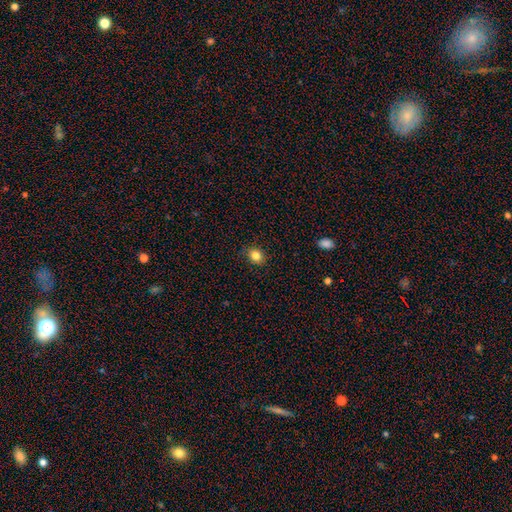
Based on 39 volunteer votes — Smooth or featured? 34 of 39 (87%) said smooth. How rounded? 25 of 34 (74%) said round. Merging? 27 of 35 (77%) said none.